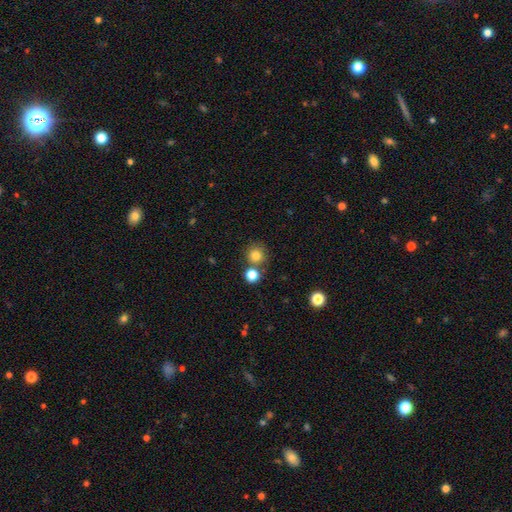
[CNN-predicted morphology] Smooth or featured?
  - smooth: 80% *
  - star or artifact: 13%
  - featured or disk: 7%
How rounded?
  - round: 92% *
  - in between: 7%
  - cigar-shaped: 1%
Merging?
  - none: 70% *
  - merger: 19%
  - minor disturbance: 8%
  - major disturbance: 3%